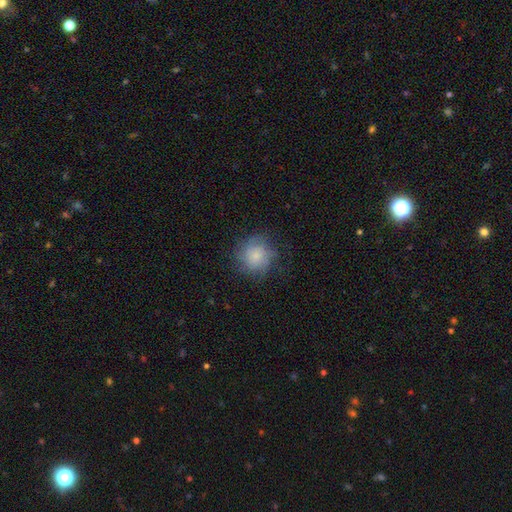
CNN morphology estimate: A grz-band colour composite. It shows a smooth galaxy with no disk features (72%) that is round (91%). Merging: none (70%).